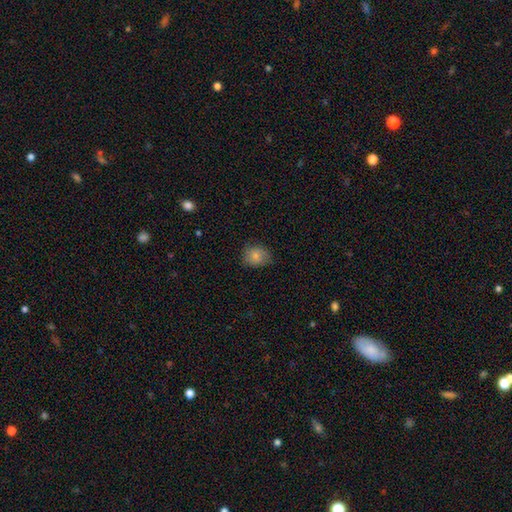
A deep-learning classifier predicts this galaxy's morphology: type=smooth (80%); roundness=round (61%); merging=none (71%).